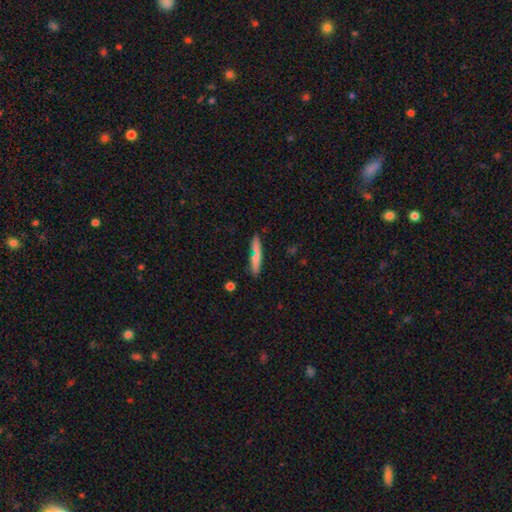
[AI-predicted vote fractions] This is likely a smooth galaxy (72%). How rounded: clearly cigar-shaped (91%). Merging: clearly none (82%).